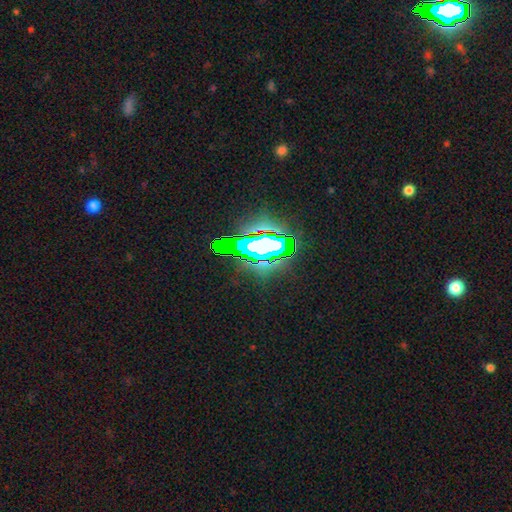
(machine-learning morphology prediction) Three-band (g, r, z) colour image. It shows a star or artifact, not a galaxy (62%).